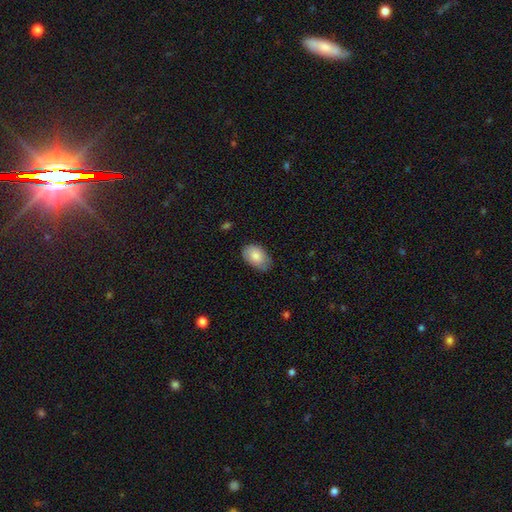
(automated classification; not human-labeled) Smooth or featured? smooth (82%)
How rounded? in between (89%)
Merging? none (73%)